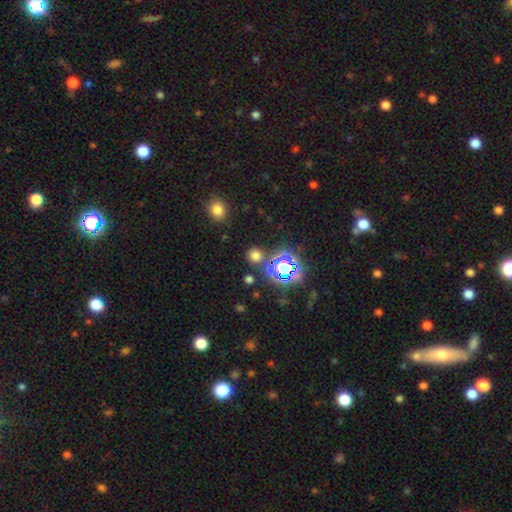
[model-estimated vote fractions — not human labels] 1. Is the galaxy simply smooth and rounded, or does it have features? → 62% smooth, 32% star or artifact, 6% featured or disk.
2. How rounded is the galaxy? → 88% round, 11% in between, 1% cigar-shaped.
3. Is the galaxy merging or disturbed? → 83% none, 7% minor disturbance, 6% merger, 3% major disturbance.